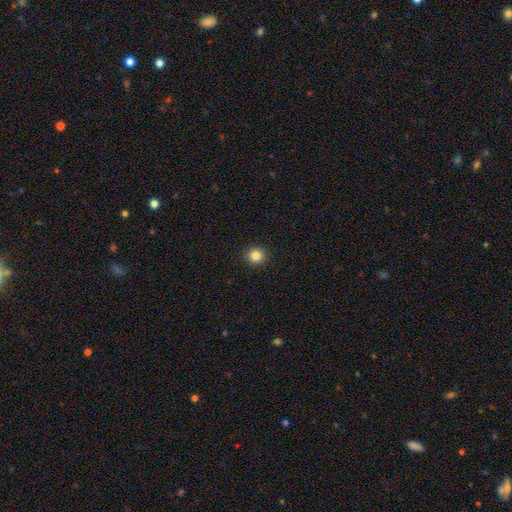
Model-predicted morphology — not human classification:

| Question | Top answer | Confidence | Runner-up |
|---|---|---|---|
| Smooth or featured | smooth | 84% | star or artifact (11%) |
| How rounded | round | 90% | in between (9%) |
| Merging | none | 93% | minor disturbance (5%) |